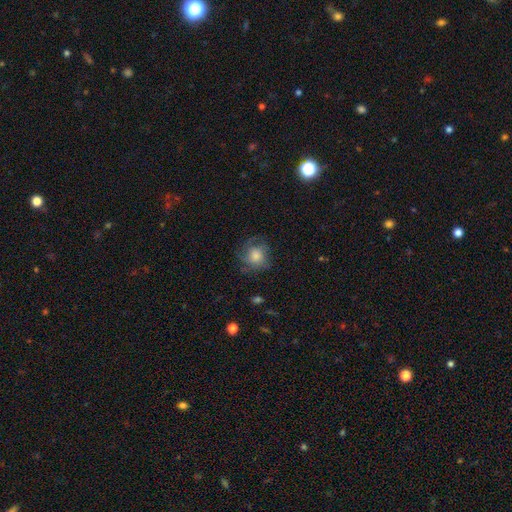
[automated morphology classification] This is possibly a smooth galaxy (50%). Merging: likely none (65%).